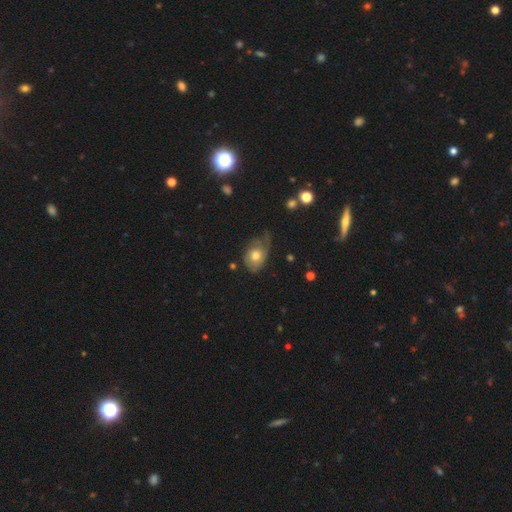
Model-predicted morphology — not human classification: Q: Smooth or featured?
A: smooth (61%); runner-up: featured or disk (31%)
Q: How rounded?
A: in between (68%); runner-up: round (31%)
Q: Merging?
A: minor disturbance (39%); runner-up: none (36%)